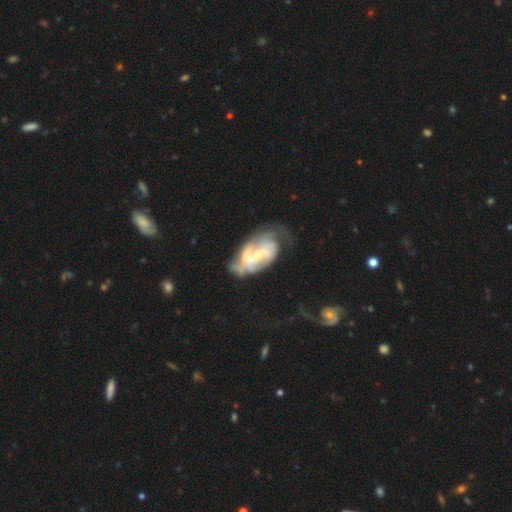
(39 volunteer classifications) Smooth or featured?
  - featured or disk: 90% *
  - smooth: 8%
  - star or artifact: 3%
Edge-on disk?
  - no: 94% *
  - yes: 6%
Bar?
  - no: 45% *
  - weak: 33%
  - strong: 21%
Spiral arms?
  - yes: 91% *
  - no: 9%
Spiral winding?
  - tight: 50% *
  - medium: 33%
  - loose: 17%
Spiral arm count?
  - 2: 43% *
  - can't tell: 30%
  - 3: 13%
  - 1: 7%
  - 4: 3%
  - more than 4: 3%
Bulge size?
  - small: 64% *
  - moderate: 33%
  - none: 3%
  - dominant: 0%
  - large: 0%
Merging?
  - none: 47% *
  - minor disturbance: 24%
  - major disturbance: 16%
  - merger: 13%